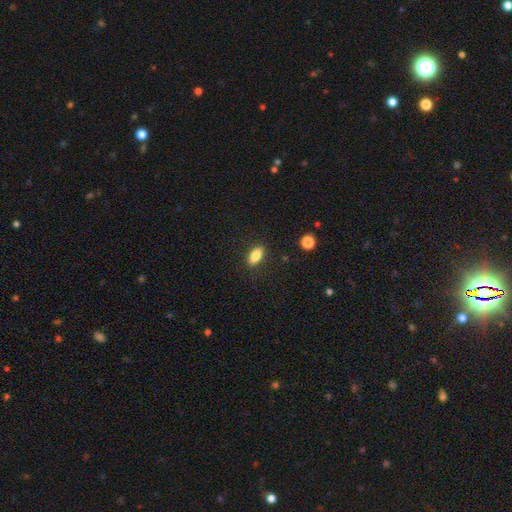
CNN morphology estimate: Overall: smooth (82%). How rounded: in between (83%). Merging: none (86%).